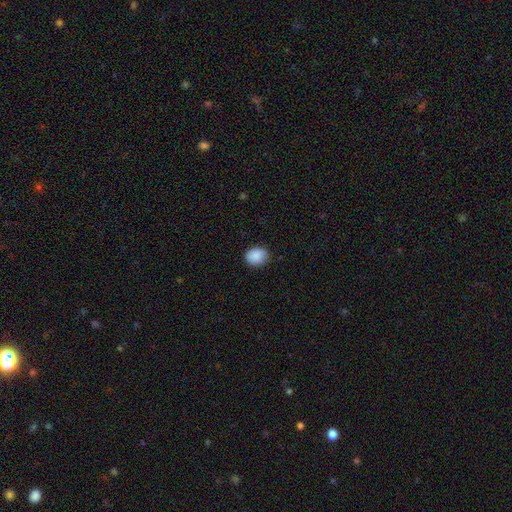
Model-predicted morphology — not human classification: The model was most divided on "how rounded": round: 57%, in between: 42%, cigar-shaped: 1%. More confident: smooth or featured — smooth (89%); merging — none (85%).